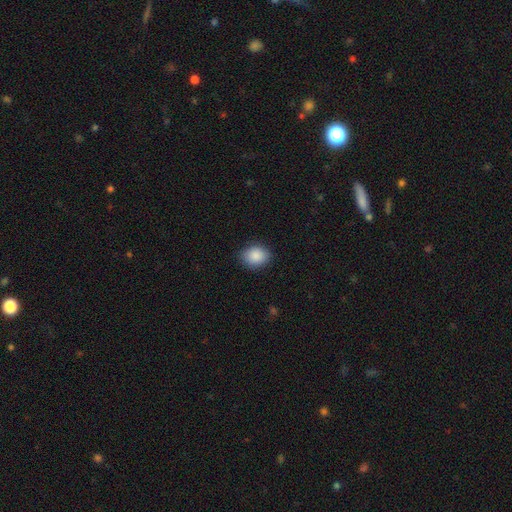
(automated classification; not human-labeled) Smooth or featured? smooth (89%)
How rounded? round (50%)
Merging? none (87%)